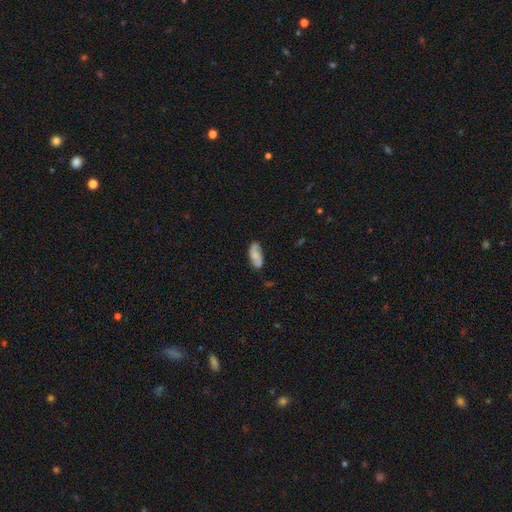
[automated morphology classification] The model was most divided on "smooth or featured": smooth: 60%, featured or disk: 34%, star or artifact: 7%. More confident: how rounded — in between (86%); merging — none (78%).